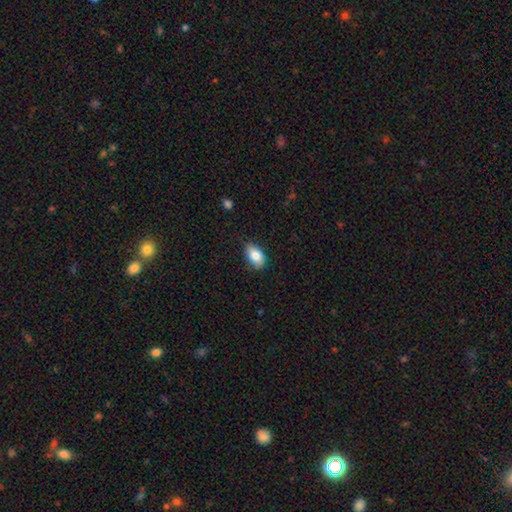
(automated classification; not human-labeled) smooth_or_featured: smooth (p=0.82) [alt: featured or disk p=0.10]
how_rounded: in between (p=0.90) [alt: round p=0.08]
merging: none (p=0.70) [alt: minor disturbance p=0.25]